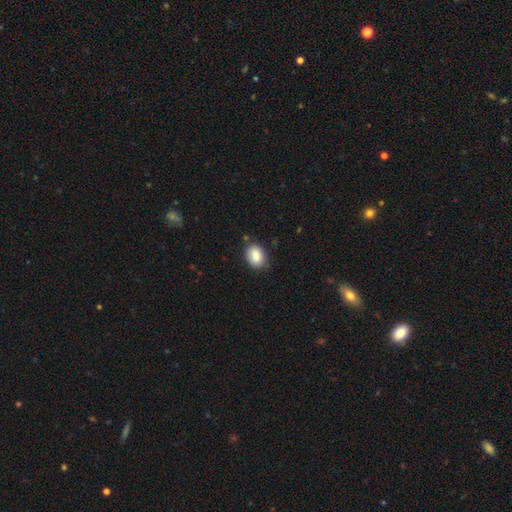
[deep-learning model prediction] smooth_or_featured: smooth (p=0.85) [alt: star or artifact p=0.08]
how_rounded: in between (p=0.71) [alt: round p=0.28]
merging: none (p=0.81) [alt: minor disturbance p=0.14]